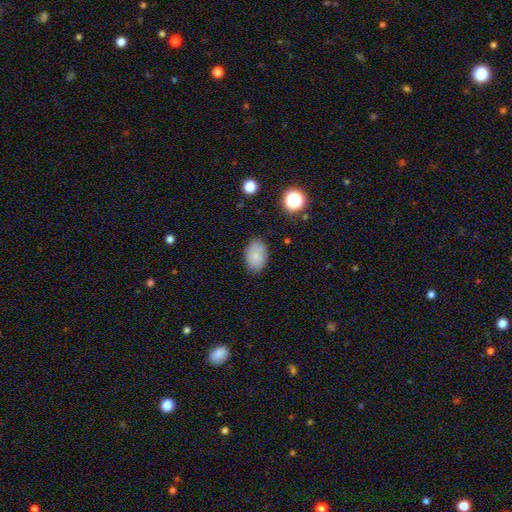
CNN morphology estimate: The model was most divided on "merging": none: 84%, minor disturbance: 12%, major disturbance: 3%, merger: 1%. More confident: how rounded — in between (86%); smooth or featured — smooth (81%).